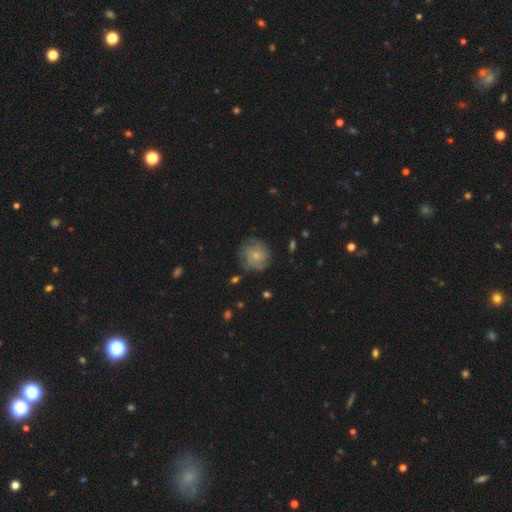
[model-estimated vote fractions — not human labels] A smooth galaxy with no disk features (48%). Merging: none (74%).